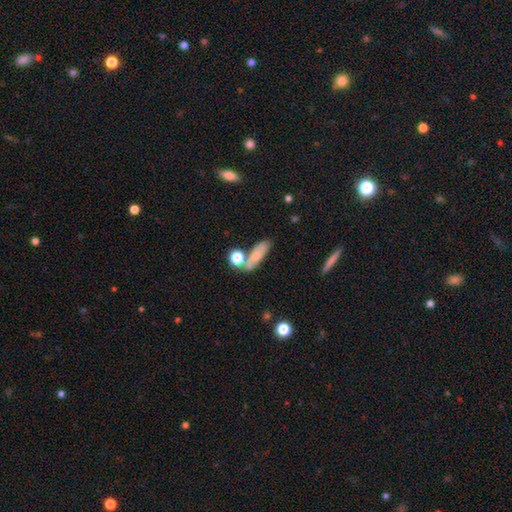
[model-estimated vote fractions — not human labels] This is likely a smooth galaxy (72%). How rounded: possibly in between (56%). Merging: possibly none (52%).